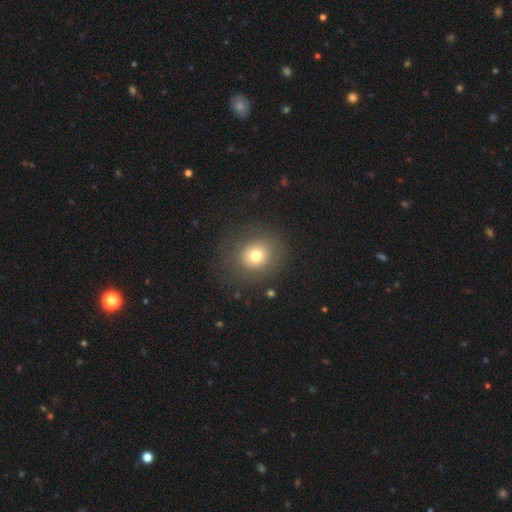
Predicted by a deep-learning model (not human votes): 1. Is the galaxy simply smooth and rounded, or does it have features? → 74% smooth, 13% star or artifact, 12% featured or disk.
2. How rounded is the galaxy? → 80% round, 19% in between, 1% cigar-shaped.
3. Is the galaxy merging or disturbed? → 83% none, 10% minor disturbance, 6% major disturbance, 1% merger.